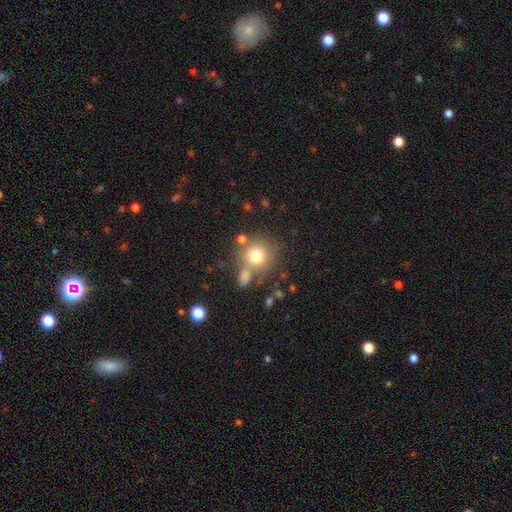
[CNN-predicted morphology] This appears to be a smooth galaxy with no disk features (74%) that is round (89%). Merging: none (64%).